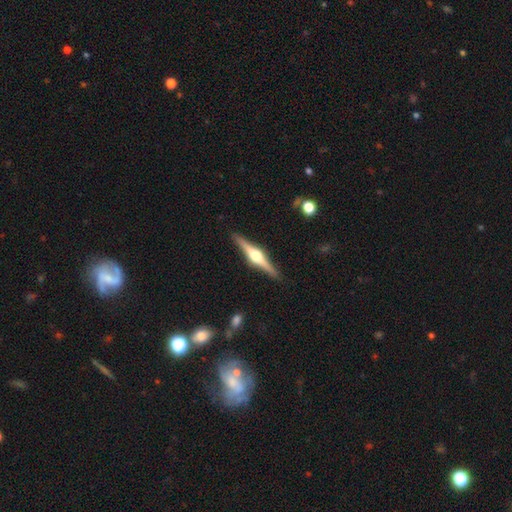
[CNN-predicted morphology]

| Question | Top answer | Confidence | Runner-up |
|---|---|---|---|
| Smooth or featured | featured or disk | 82% | smooth (13%) |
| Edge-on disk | yes | 98% | no (2%) |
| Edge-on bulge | rounded | 95% | boxy (4%) |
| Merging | none | 91% | minor disturbance (6%) |